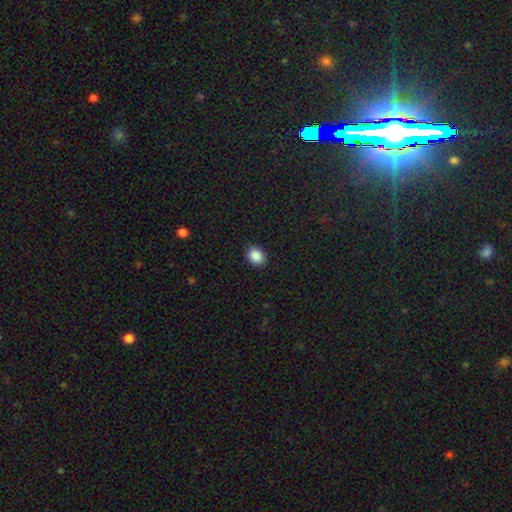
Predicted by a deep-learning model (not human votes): smooth 87%, star or artifact 9%, featured or disk 4%. Down the decision tree: how rounded — in between (50%); merging — none (90%).